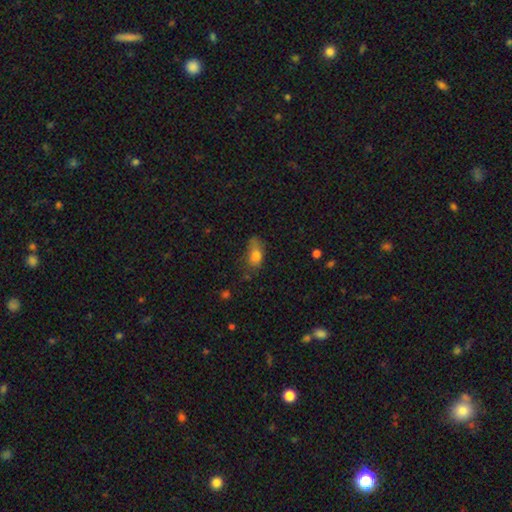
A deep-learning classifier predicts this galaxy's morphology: type=smooth (77%); roundness=in between (84%); merging=none (42%).